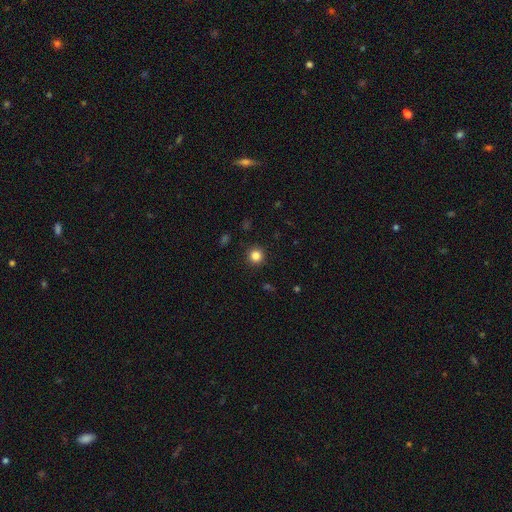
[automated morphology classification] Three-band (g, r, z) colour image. It shows a smooth galaxy with no disk features (84%) that is round (95%). Merging: none (92%).